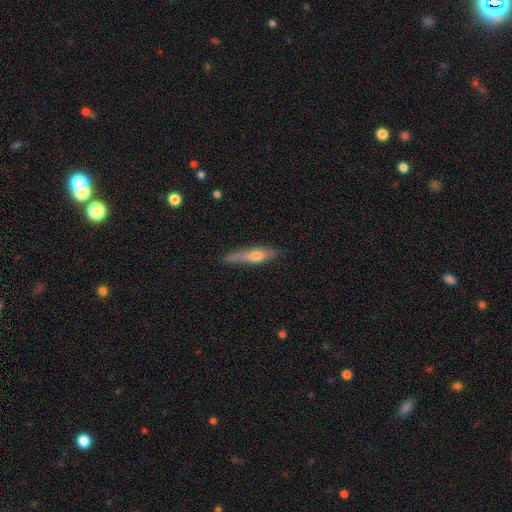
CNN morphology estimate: type=featured or disk (52%); edge-on=yes (90%); merging=none (75%).